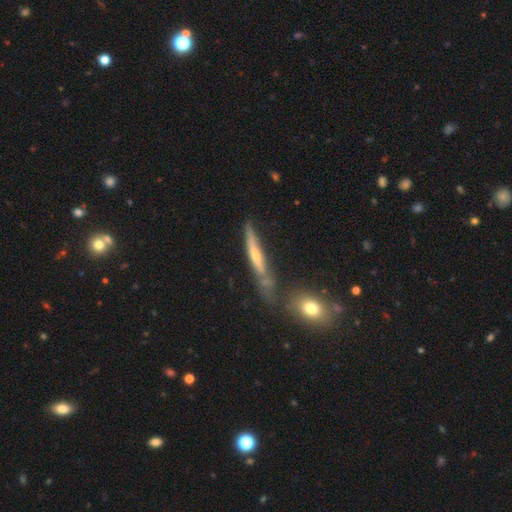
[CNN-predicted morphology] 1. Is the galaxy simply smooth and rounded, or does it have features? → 56% featured or disk, 37% smooth, 7% star or artifact.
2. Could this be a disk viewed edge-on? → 88% yes, 12% no.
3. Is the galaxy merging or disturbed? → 60% none, 19% minor disturbance, 15% merger, 6% major disturbance.